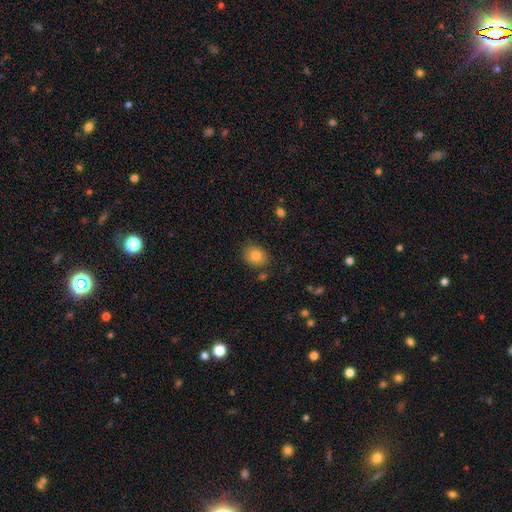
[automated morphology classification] Smooth or featured? Predicted: smooth (p=0.82). How rounded? Predicted: round (p=0.55). Merging? Predicted: none (p=0.80).